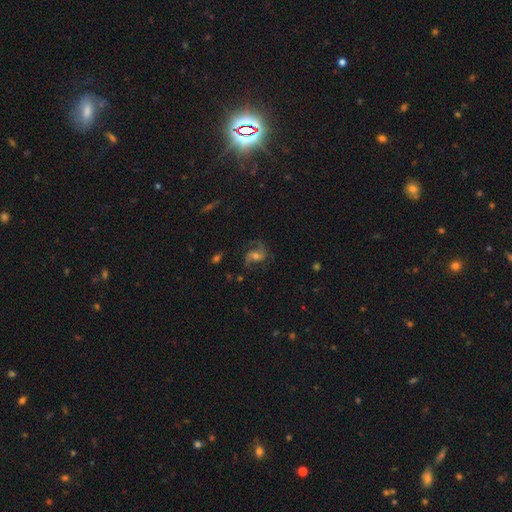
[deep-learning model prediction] Smooth or featured?
  - featured or disk: 79% *
  - star or artifact: 11%
  - smooth: 10%
Edge-on disk?
  - no: 97% *
  - yes: 3%
Bar?
  - no: 54% *
  - weak: 35%
  - strong: 12%
Spiral arms?
  - yes: 96% *
  - no: 4%
Spiral winding?
  - medium: 50% *
  - loose: 37%
  - tight: 13%
Spiral arm count?
  - 2: 79% *
  - 3: 7%
  - can't tell: 6%
  - 1: 5%
  - 4: 2%
  - more than 4: 2%
Bulge size?
  - moderate: 50% *
  - small: 39%
  - large: 6%
  - none: 4%
  - dominant: 1%
Merging?
  - none: 67% *
  - minor disturbance: 16%
  - major disturbance: 15%
  - merger: 2%